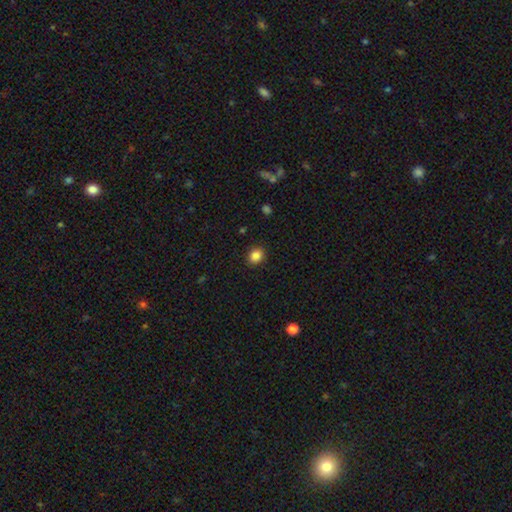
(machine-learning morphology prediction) Smooth or featured? Predicted: smooth (p=0.86). How rounded? Predicted: round (p=0.63). Merging? Predicted: none (p=0.90).